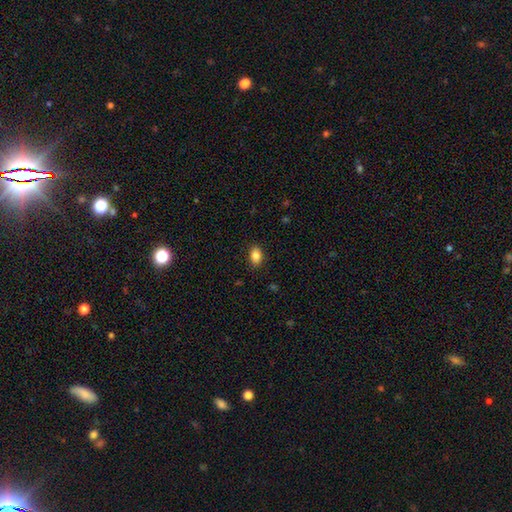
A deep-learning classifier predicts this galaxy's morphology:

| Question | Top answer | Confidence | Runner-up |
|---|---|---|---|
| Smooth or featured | smooth | 86% | star or artifact (9%) |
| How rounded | in between | 83% | round (16%) |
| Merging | none | 88% | minor disturbance (9%) |